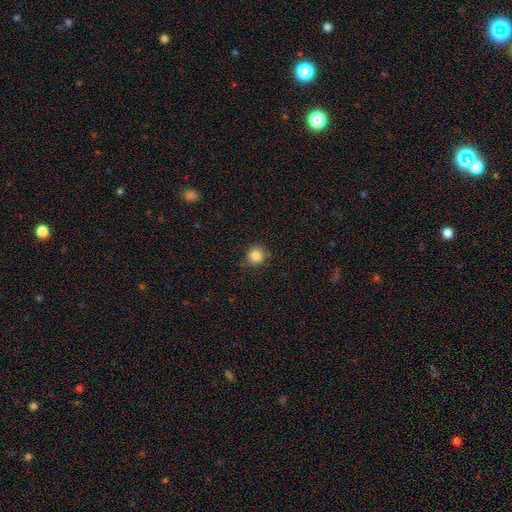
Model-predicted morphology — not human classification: A smooth galaxy with no disk features (84%) that is round (87%).

Vote fractions:
- Smooth or featured? smooth: 84% / star or artifact: 11% / featured or disk: 6%
- How rounded? round: 87% / in between: 12% / cigar-shaped: 1%
- Merging? none: 83% / minor disturbance: 13% / major disturbance: 3% / merger: 2%